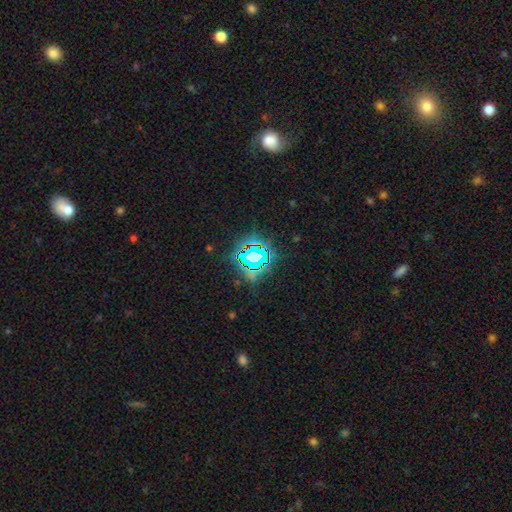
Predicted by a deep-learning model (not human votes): Smooth or featured: star or artifact — 72% (smooth — 17%)